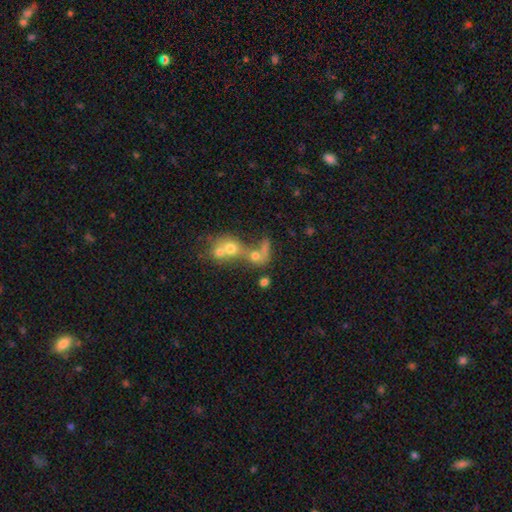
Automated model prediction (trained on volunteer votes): This appears to be a smooth galaxy with no disk features (54%) that is round (51%). Merging: merger (67%).